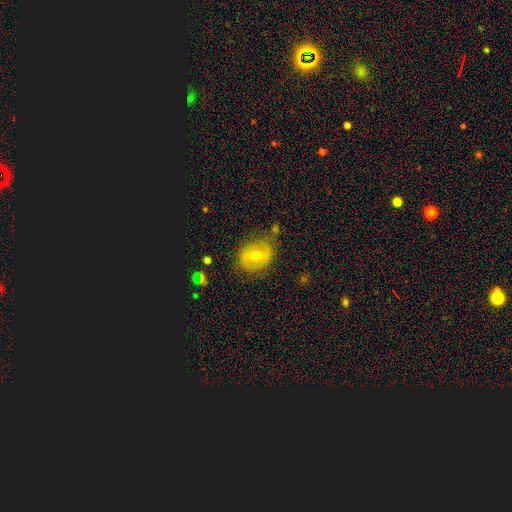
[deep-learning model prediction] featured or disk 53%, smooth 39%, star or artifact 8%. Down the decision tree: edge-on disk — no (95%); bar — weak (45%); spiral arms — yes (68%); bulge size — moderate (55%); merging — none (72%).